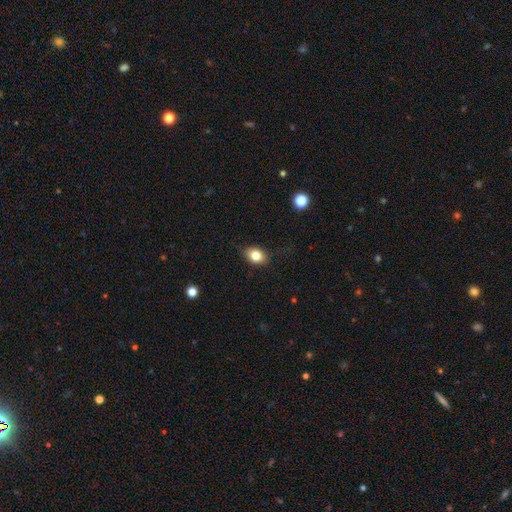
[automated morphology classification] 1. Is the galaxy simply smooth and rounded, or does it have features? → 81% smooth, 10% featured or disk, 10% star or artifact.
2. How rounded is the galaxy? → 68% in between, 31% round, 1% cigar-shaped.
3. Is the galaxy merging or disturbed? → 82% none, 14% minor disturbance, 3% major disturbance, 1% merger.